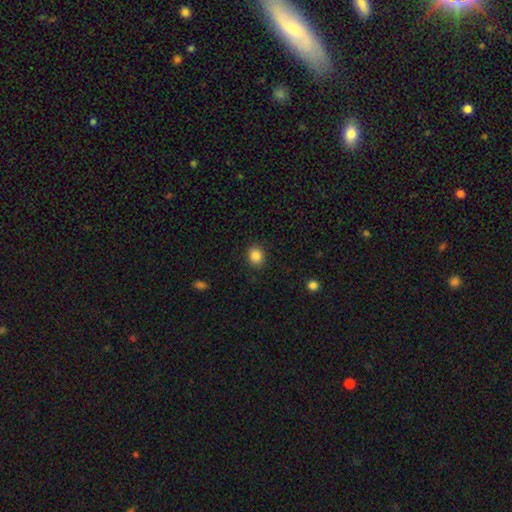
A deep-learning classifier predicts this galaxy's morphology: Smooth or featured?
  - smooth: 85% *
  - star or artifact: 10%
  - featured or disk: 5%
How rounded?
  - round: 74% *
  - in between: 25%
  - cigar-shaped: 1%
Merging?
  - none: 90% *
  - minor disturbance: 7%
  - major disturbance: 2%
  - merger: 1%